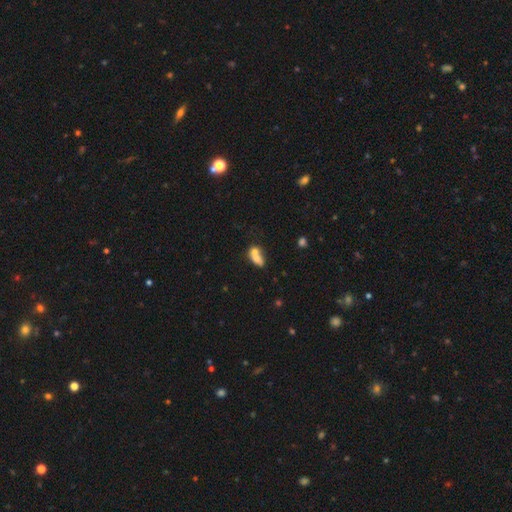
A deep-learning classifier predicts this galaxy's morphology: Overall: smooth (67%). How rounded: in between (71%). Merging: merger (62%).